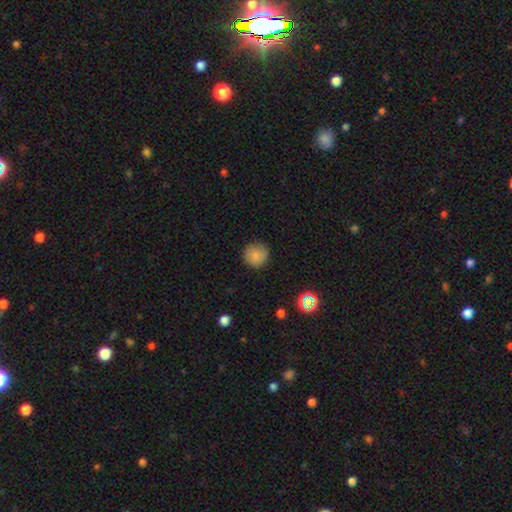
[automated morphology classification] This is clearly a smooth galaxy (82%). How rounded: clearly round (94%). Merging: clearly none (85%).